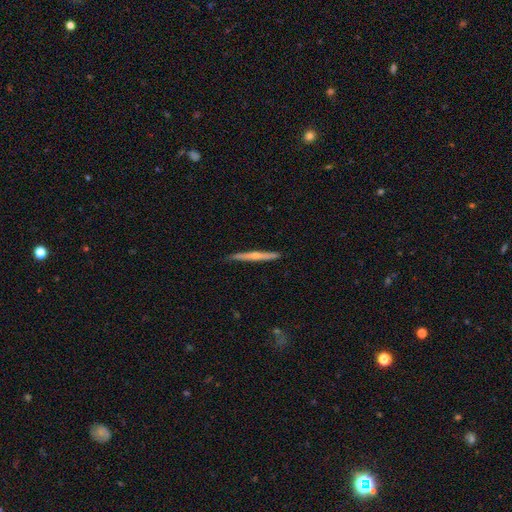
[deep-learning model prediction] This is possibly a featured or disk galaxy (58%). It is clearly viewed edge-on (97%). Edge-on bulge: likely rounded (66%). Merging: clearly none (88%).